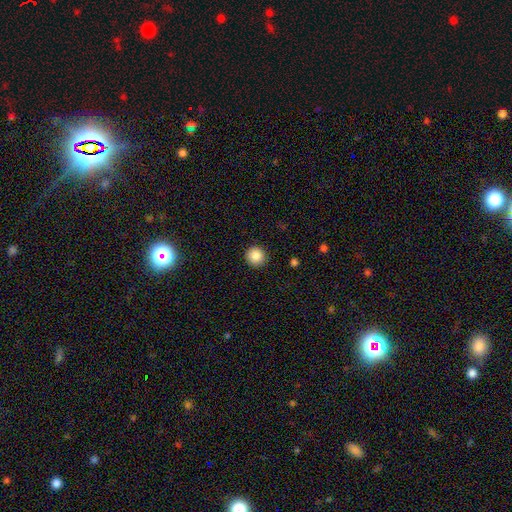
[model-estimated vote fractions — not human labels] Smooth or featured?
  - smooth: 86% *
  - star or artifact: 9%
  - featured or disk: 5%
How rounded?
  - round: 95% *
  - in between: 4%
  - cigar-shaped: 1%
Merging?
  - none: 92% *
  - minor disturbance: 5%
  - major disturbance: 2%
  - merger: 1%